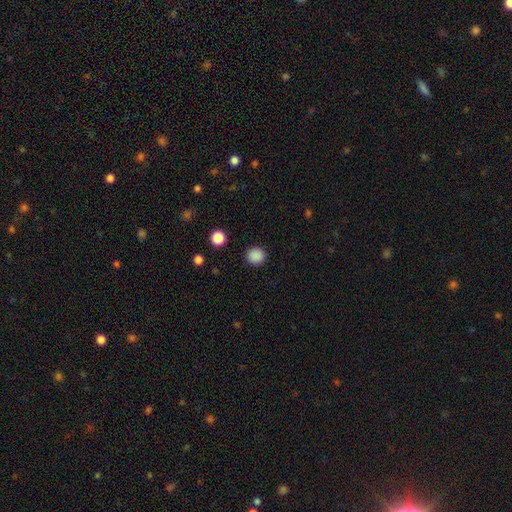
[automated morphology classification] type=smooth (88%); roundness=round (89%); merging=none (91%).